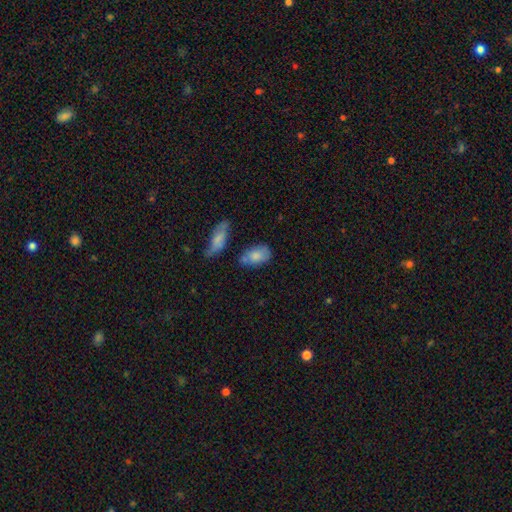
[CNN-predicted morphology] Q: Smooth or featured?
A: smooth (76%); runner-up: featured or disk (17%)
Q: How rounded?
A: in between (89%); runner-up: round (7%)
Q: Merging?
A: none (49%); runner-up: minor disturbance (28%)